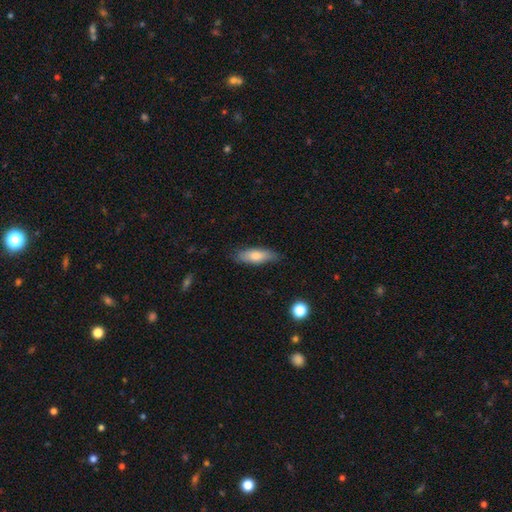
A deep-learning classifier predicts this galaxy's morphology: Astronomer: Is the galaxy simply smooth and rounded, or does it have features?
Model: smooth — 72%.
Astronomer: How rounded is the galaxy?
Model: in between — 54% (runner-up: cigar-shaped, 44%).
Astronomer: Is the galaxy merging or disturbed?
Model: none — 80%.